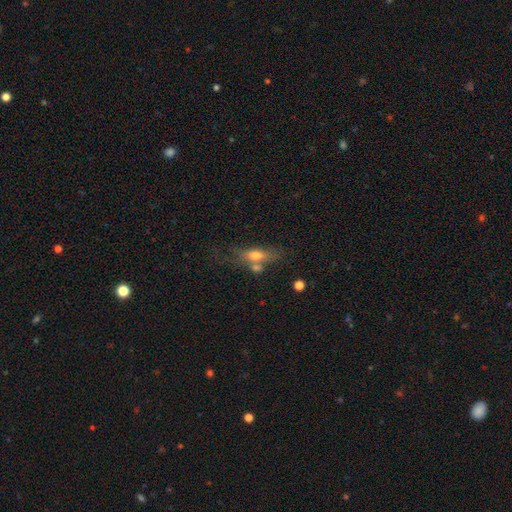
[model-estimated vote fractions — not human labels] A smooth galaxy with no disk features (63%) that is in between round and cigar-shaped (65%).

Vote fractions:
- Smooth or featured? smooth: 63% / featured or disk: 28% / star or artifact: 9%
- How rounded? in between: 65% / cigar-shaped: 29% / round: 6%
- Merging? none: 42% / merger: 28% / minor disturbance: 18% / major disturbance: 12%